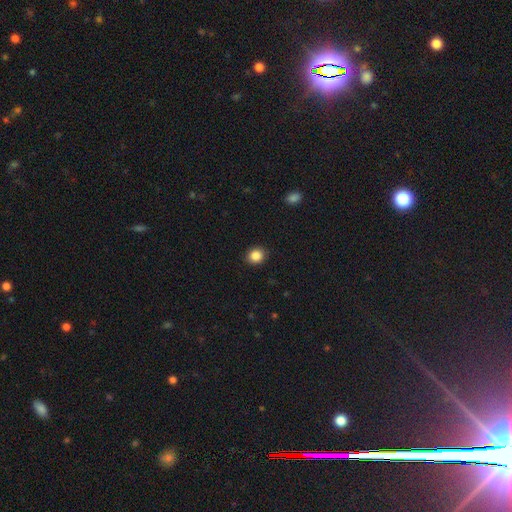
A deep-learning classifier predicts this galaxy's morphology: This appears to be a smooth galaxy with no disk features (86%) that is round (76%). Merging: none (90%).